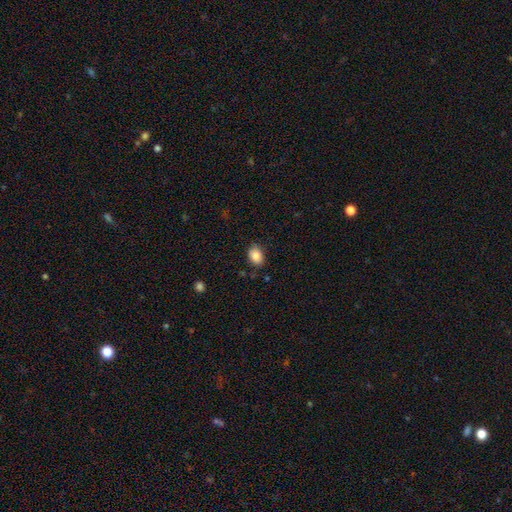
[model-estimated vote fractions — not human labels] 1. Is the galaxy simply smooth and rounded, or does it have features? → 87% smooth, 8% star or artifact, 5% featured or disk.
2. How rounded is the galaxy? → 77% in between, 22% round, 1% cigar-shaped.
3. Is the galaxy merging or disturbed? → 82% none, 13% minor disturbance, 3% major disturbance, 2% merger.